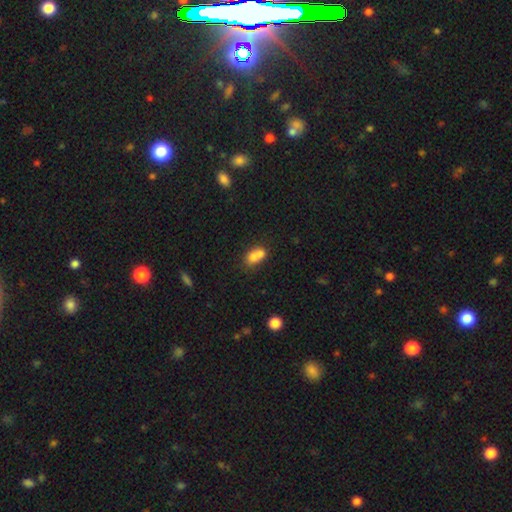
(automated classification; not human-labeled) Smooth or featured? smooth (70%)
How rounded? in between (61%)
Merging? merger (61%)